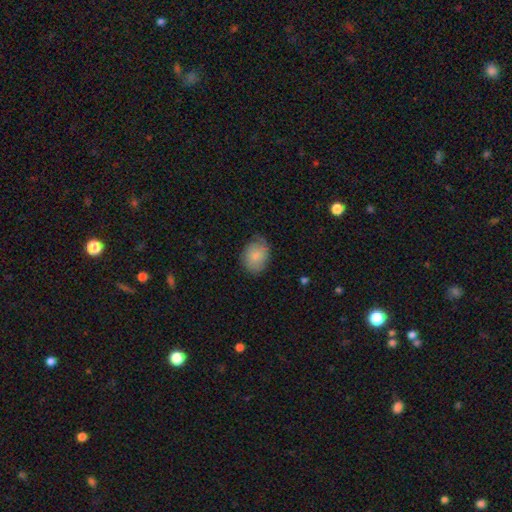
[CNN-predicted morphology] Smooth or featured: smooth — 77% (featured or disk — 16%)
How rounded: in between — 65% (round — 34%)
Merging: none — 63% (minor disturbance — 28%)